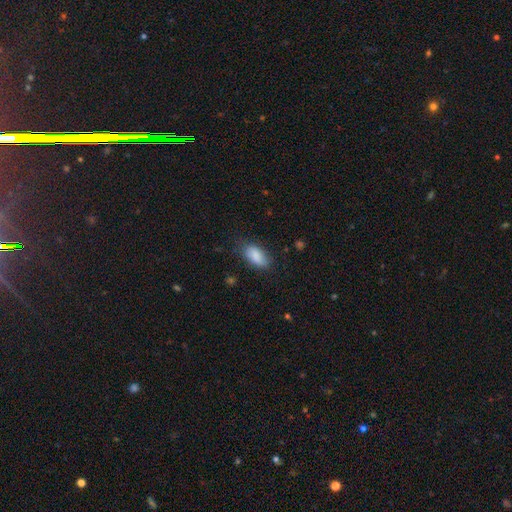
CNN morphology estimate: smooth 87%, star or artifact 7%, featured or disk 6%. Down the decision tree: how rounded — in between (91%); merging — none (75%).